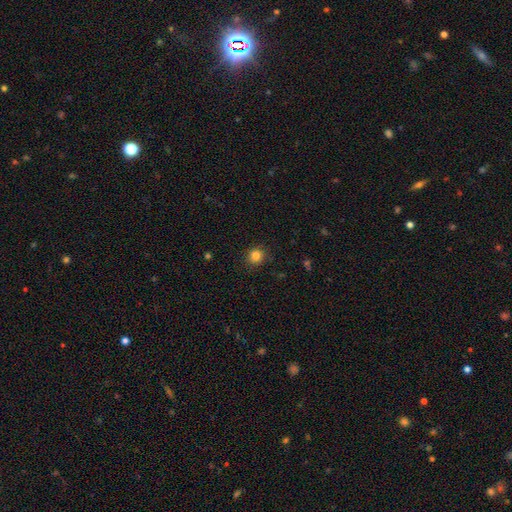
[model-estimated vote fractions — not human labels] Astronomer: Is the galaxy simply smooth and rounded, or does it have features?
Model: smooth — 83%.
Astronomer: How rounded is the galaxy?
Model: round — 89%.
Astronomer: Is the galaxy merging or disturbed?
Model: none — 90%.